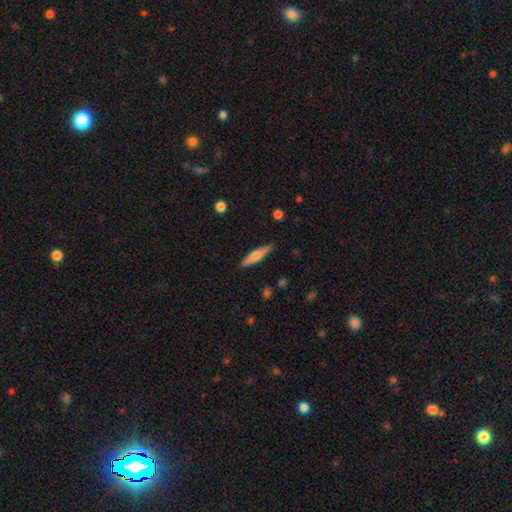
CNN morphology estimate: Smooth or featured? Predicted: smooth (p=0.52). How rounded? Predicted: cigar-shaped (p=0.84). Merging? Predicted: none (p=0.88).